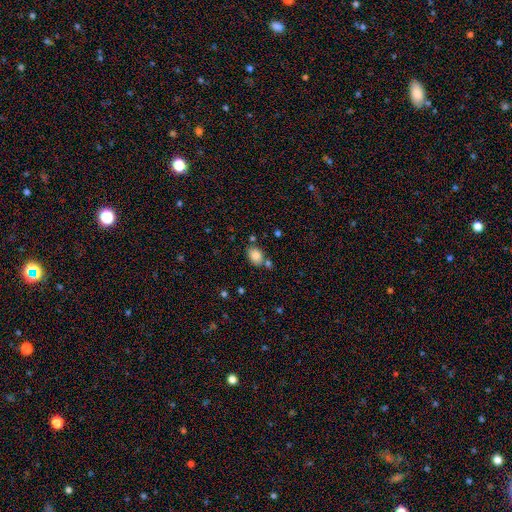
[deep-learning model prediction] This is clearly a smooth galaxy (84%). How rounded: likely in between (68%). Merging: likely none (70%).